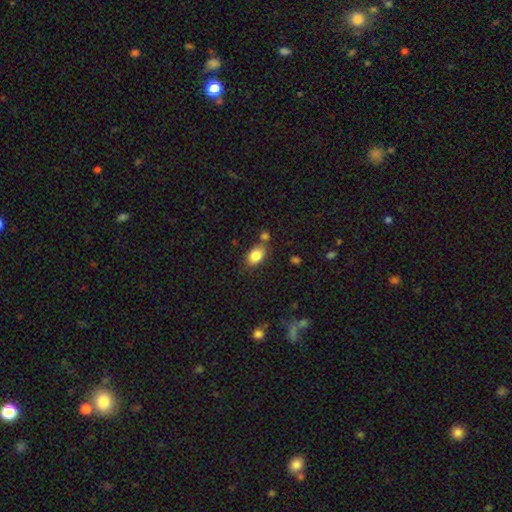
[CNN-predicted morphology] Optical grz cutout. It shows a smooth galaxy with no disk features (85%) that is in between round and cigar-shaped (83%). Merging: none (70%).